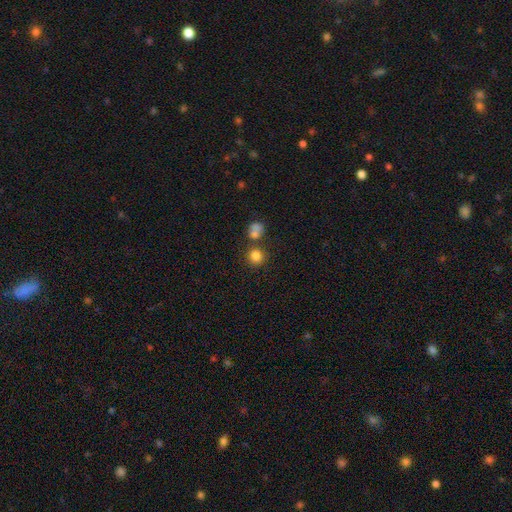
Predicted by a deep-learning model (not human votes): Smooth or featured? Predicted: smooth (p=0.82). How rounded? Predicted: round (p=0.87). Merging? Predicted: none (p=0.65).